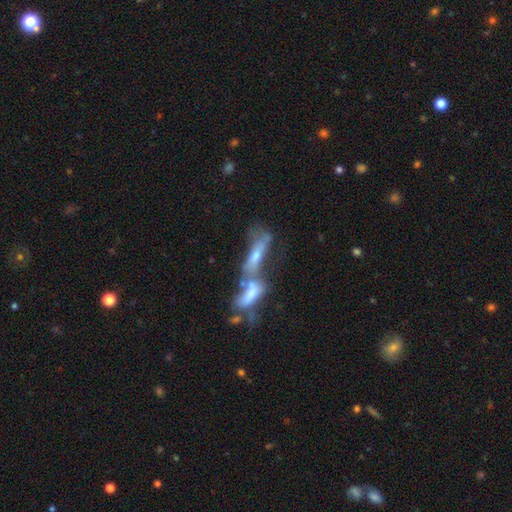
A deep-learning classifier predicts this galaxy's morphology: Smooth or featured? smooth (48%)
Merging? merger (65%)